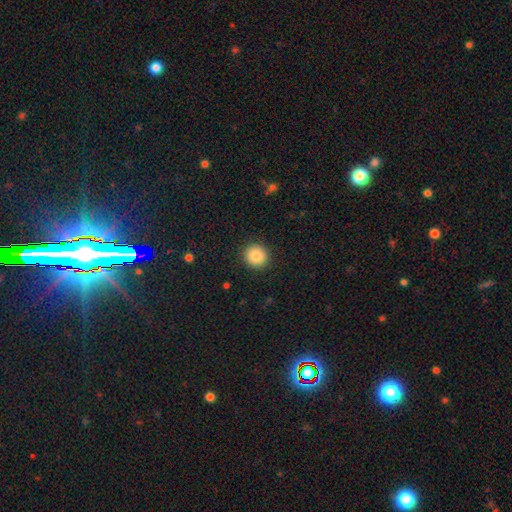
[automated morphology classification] Smooth or featured? Predicted: smooth (p=0.85). How rounded? Predicted: round (p=0.92). Merging? Predicted: none (p=0.92).